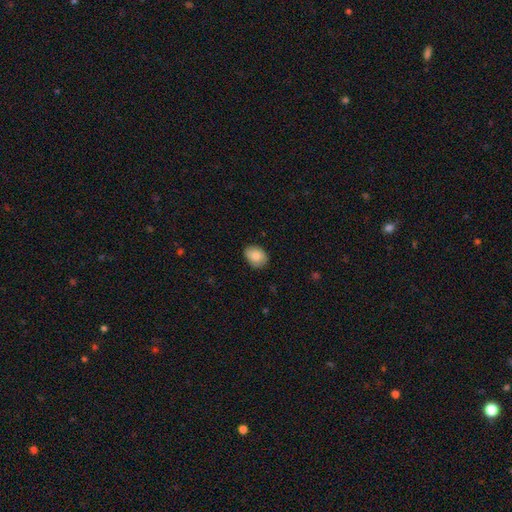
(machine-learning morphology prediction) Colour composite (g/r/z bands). It shows a smooth galaxy with no disk features (84%) that is in between round and cigar-shaped (62%). Merging: none (78%).